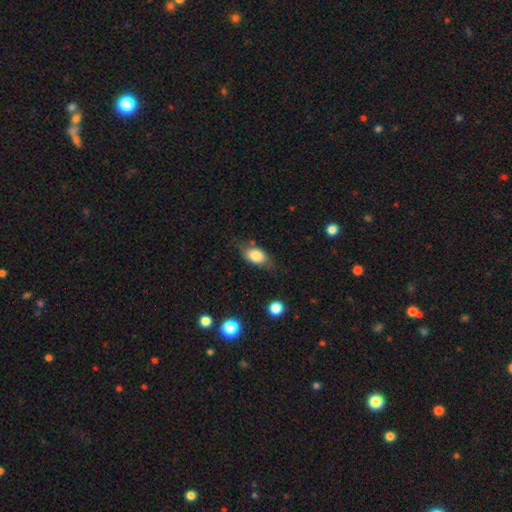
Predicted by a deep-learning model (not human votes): The model was most divided on "merging": none: 66%, minor disturbance: 24%, major disturbance: 7%, merger: 3%. More confident: how rounded — in between (85%); smooth or featured — smooth (77%).